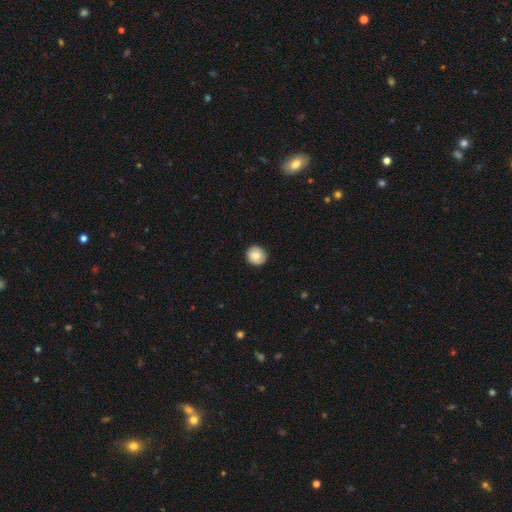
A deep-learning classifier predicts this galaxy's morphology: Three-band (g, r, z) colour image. It shows a smooth galaxy with no disk features (78%) that is round (90%). Merging: none (88%).